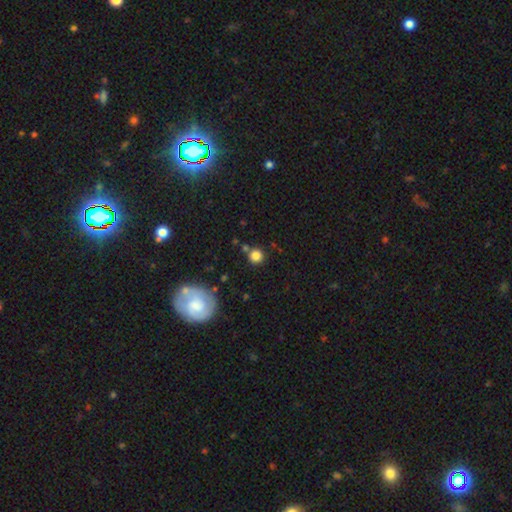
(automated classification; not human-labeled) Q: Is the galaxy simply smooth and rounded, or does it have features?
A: smooth — 81%.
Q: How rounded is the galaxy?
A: round — 94%.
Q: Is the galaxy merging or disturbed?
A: none — 79%.